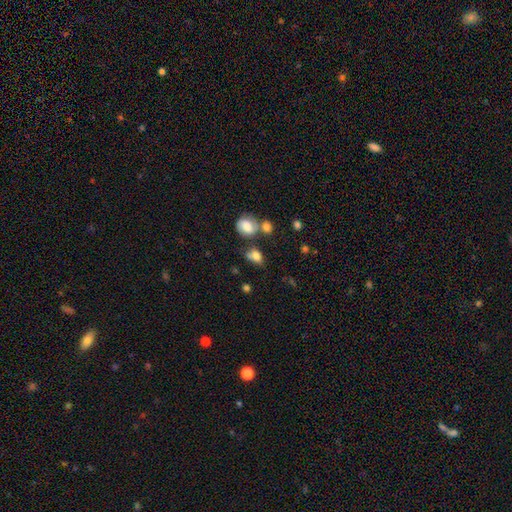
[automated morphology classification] A smooth galaxy with no disk features (77%) that is in between round and cigar-shaped (72%).

Vote fractions:
- Smooth or featured? smooth: 77% / featured or disk: 13% / star or artifact: 10%
- How rounded? in between: 72% / round: 26% / cigar-shaped: 2%
- Merging? none: 44% / merger: 24% / minor disturbance: 23% / major disturbance: 10%